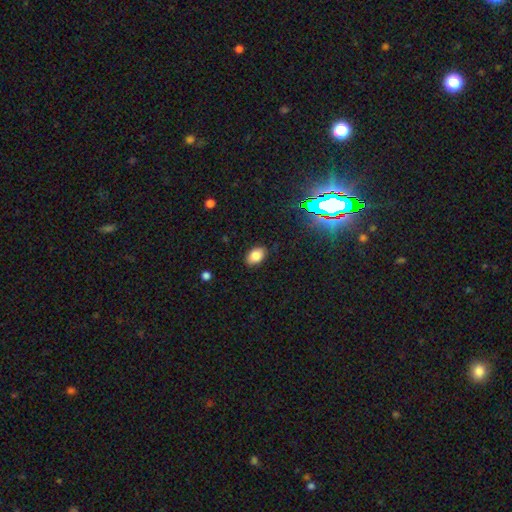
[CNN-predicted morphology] smooth_or_featured: smooth (p=0.82) [alt: star or artifact p=0.11]
how_rounded: in between (p=0.87) [alt: round p=0.12]
merging: none (p=0.86) [alt: minor disturbance p=0.10]